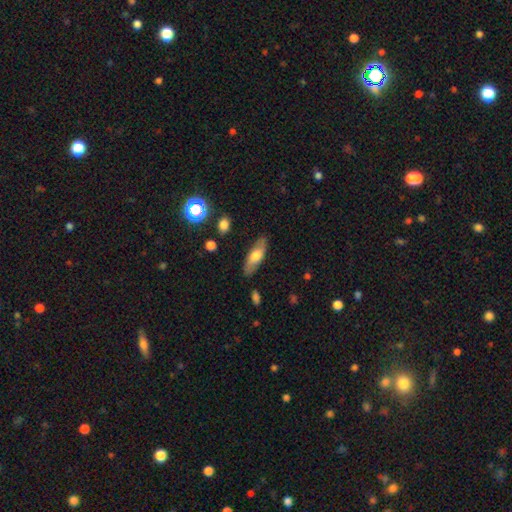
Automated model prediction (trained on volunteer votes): The model was most divided on "smooth or featured": smooth: 56%, featured or disk: 37%, star or artifact: 7%. More confident: merging — none (83%); how rounded — in between (61%).